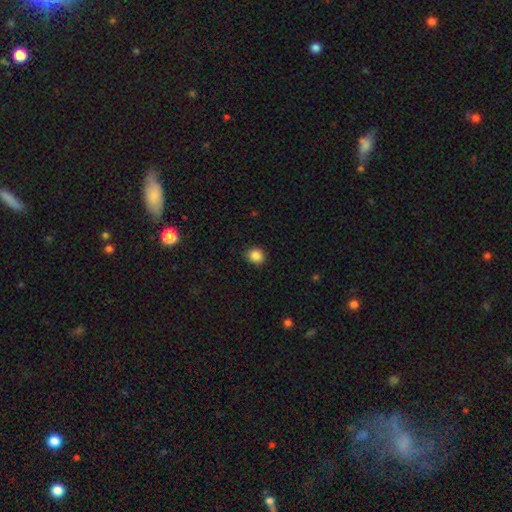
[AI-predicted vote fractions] Smooth or featured? Predicted: smooth (p=0.86). How rounded? Predicted: round (p=0.83). Merging? Predicted: none (p=0.86).